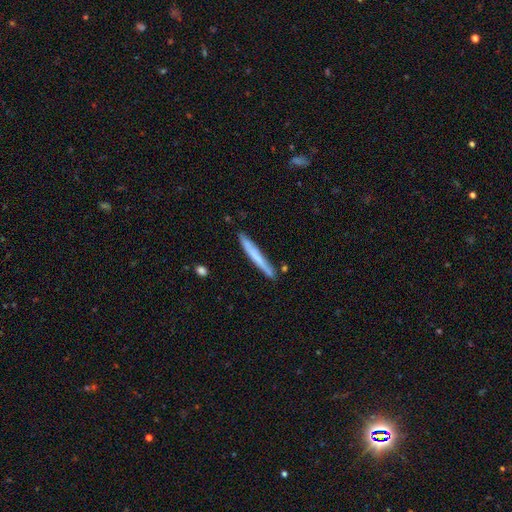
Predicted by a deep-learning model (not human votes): Smooth or featured? Predicted: smooth (p=0.60). How rounded? Predicted: cigar-shaped (p=0.97). Merging? Predicted: none (p=0.86).